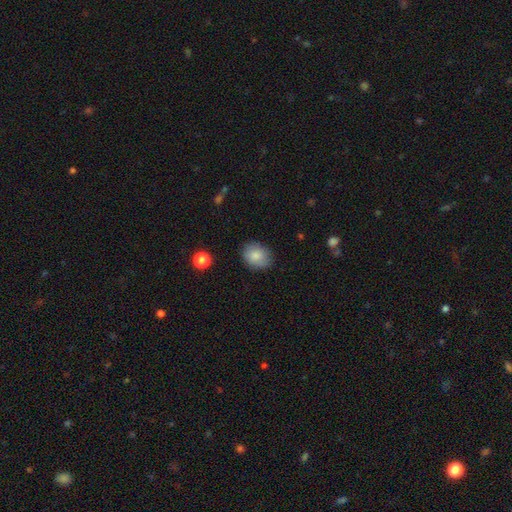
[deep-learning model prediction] This is clearly a smooth galaxy (85%). How rounded: possibly round (51%). Merging: likely none (79%).